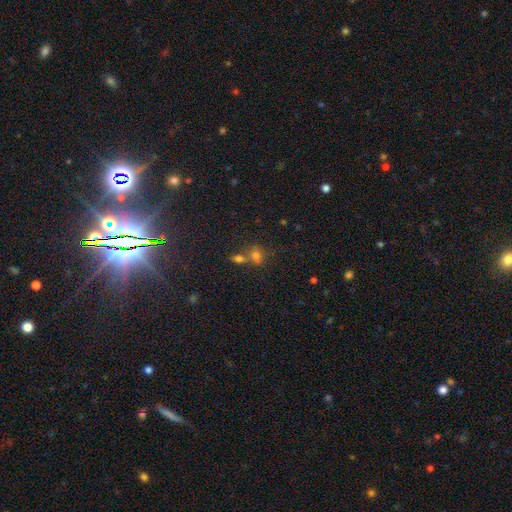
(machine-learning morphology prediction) A smooth galaxy with no disk features (62%) that is round (72%).

Vote fractions:
- Smooth or featured? smooth: 62% / star or artifact: 26% / featured or disk: 13%
- How rounded? round: 72% / in between: 27% / cigar-shaped: 1%
- Merging? none: 44% / merger: 42% / minor disturbance: 9% / major disturbance: 4%